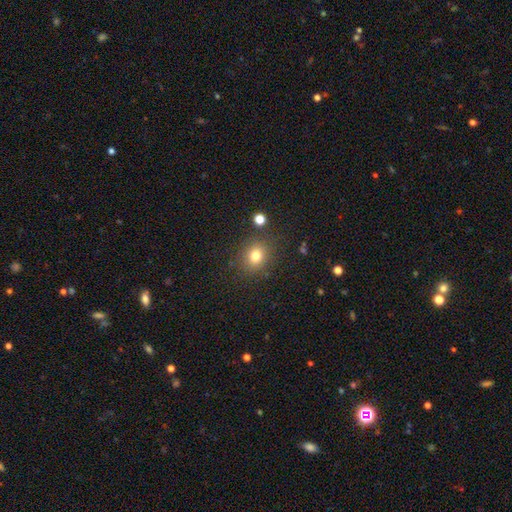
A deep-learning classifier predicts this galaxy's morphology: A smooth galaxy with no disk features (77%) that is round (70%).

Vote fractions:
- Smooth or featured? smooth: 77% / star or artifact: 15% / featured or disk: 8%
- How rounded? round: 70% / in between: 29% / cigar-shaped: 1%
- Merging? none: 83% / minor disturbance: 10% / major disturbance: 4% / merger: 4%